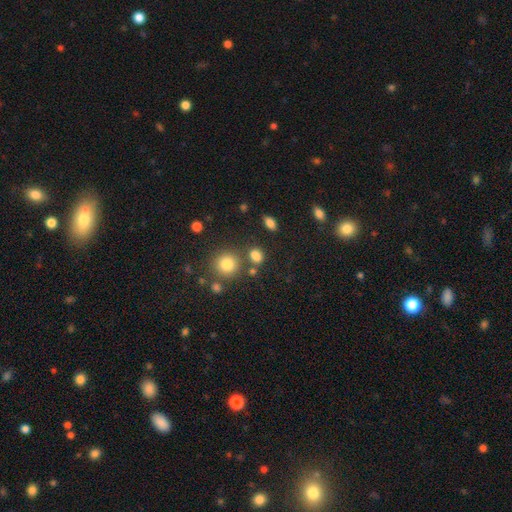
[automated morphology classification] Overall: smooth (80%). How rounded: round (54%; in between 44%). Merging: none (70%).